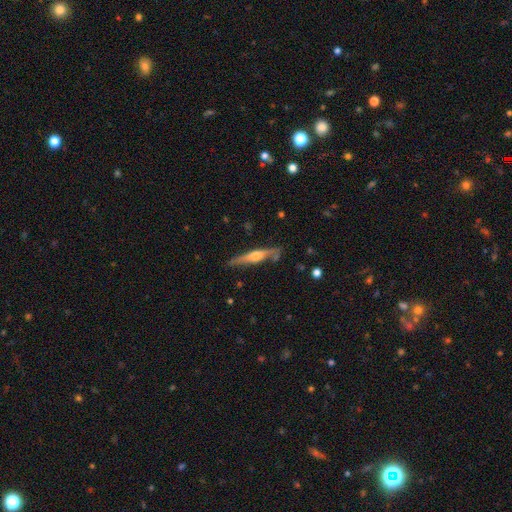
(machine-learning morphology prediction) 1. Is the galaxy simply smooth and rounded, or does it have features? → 63% featured or disk, 32% smooth, 5% star or artifact.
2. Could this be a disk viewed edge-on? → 93% yes, 7% no.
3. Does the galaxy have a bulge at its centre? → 85% rounded, 8% boxy, 7% none.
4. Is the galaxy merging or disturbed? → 75% none, 18% minor disturbance, 4% major disturbance, 4% merger.